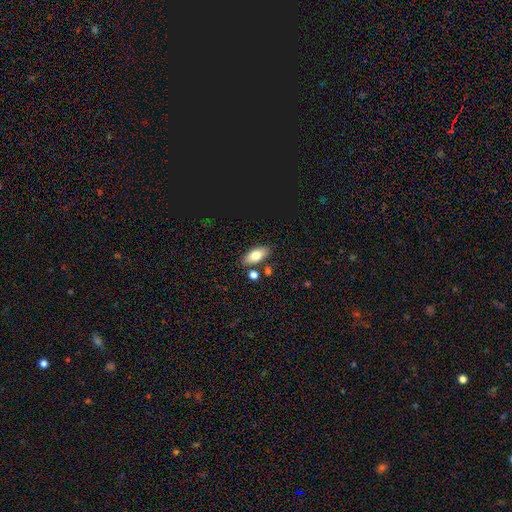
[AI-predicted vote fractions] This appears to be a smooth galaxy with no disk features (76%) that is in between round and cigar-shaped (86%). Merging: none (78%).